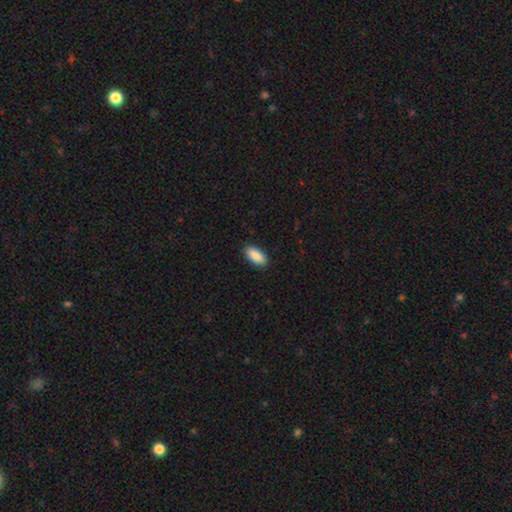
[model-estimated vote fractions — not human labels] This is clearly a smooth galaxy (90%). How rounded: clearly in between (89%). Merging: clearly none (90%).